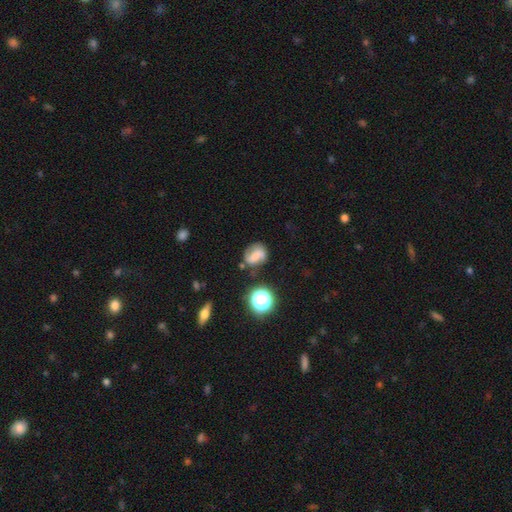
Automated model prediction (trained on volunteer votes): Morphology: type=featured or disk (45%); merging=none (61%).